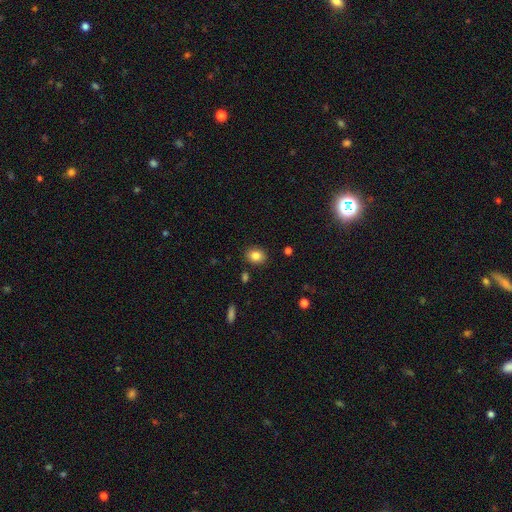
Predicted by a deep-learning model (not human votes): A smooth galaxy with no disk features (84%) that is round (53%).

Vote fractions:
- Smooth or featured? smooth: 84% / star or artifact: 10% / featured or disk: 7%
- How rounded? round: 53% / in between: 46% / cigar-shaped: 1%
- Merging? none: 87% / minor disturbance: 9% / major disturbance: 2% / merger: 2%